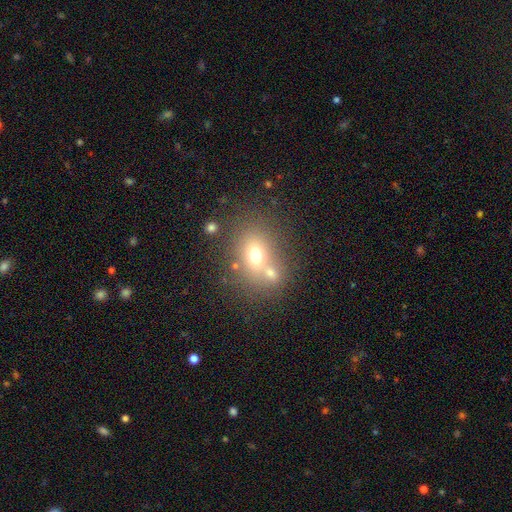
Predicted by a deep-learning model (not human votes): Morphology: type=smooth (67%); roundness=in between (58%); merging=none (46%).